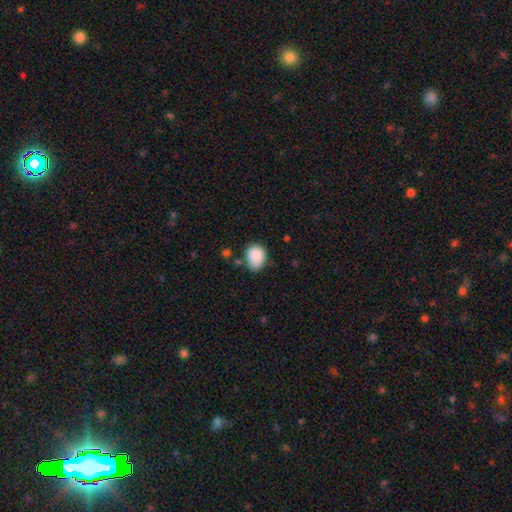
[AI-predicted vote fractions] Q: Smooth or featured?
A: smooth (87%); runner-up: star or artifact (7%)
Q: How rounded?
A: in between (60%); runner-up: round (39%)
Q: Merging?
A: none (64%); runner-up: minor disturbance (26%)